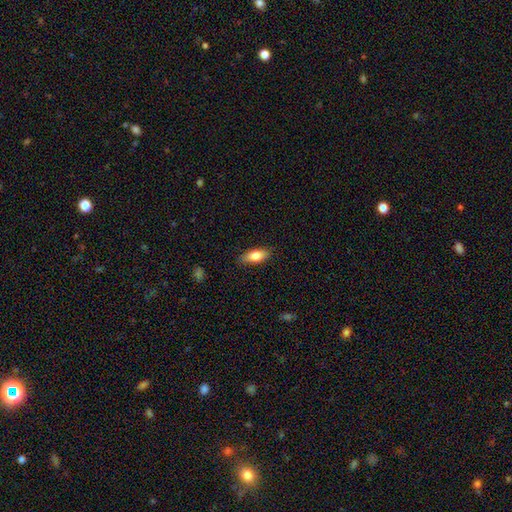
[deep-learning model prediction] Morphology: type=smooth (78%); roundness=in between (78%); merging=none (85%).